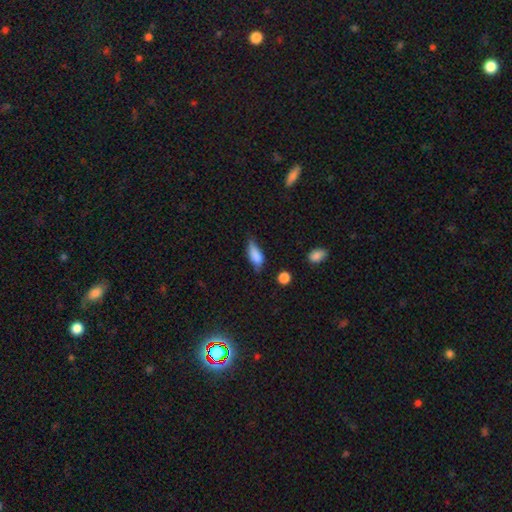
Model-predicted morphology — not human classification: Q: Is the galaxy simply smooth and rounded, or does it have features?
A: smooth — 76%.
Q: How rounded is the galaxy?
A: in between — 76%.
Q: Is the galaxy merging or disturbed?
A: none — 44%.